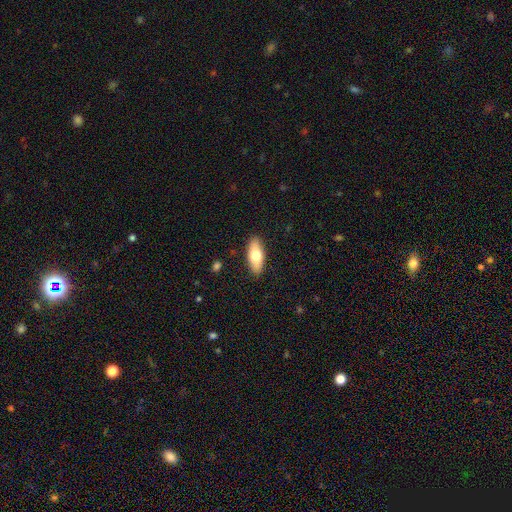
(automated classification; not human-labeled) This is likely a smooth galaxy (71%). How rounded: likely in between (79%). Merging: clearly none (89%).